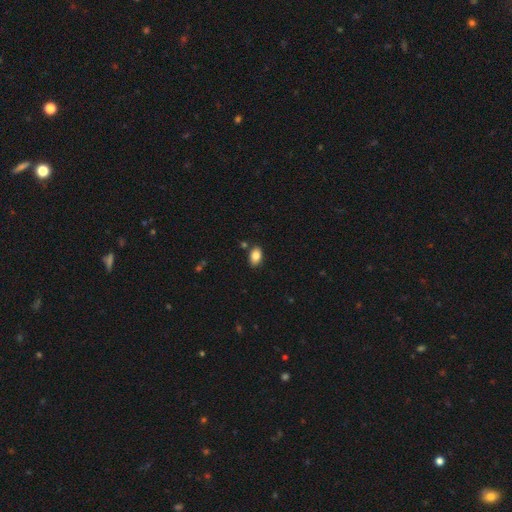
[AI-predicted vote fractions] A smooth galaxy with no disk features (84%) that is in between round and cigar-shaped (90%).

Vote fractions:
- Smooth or featured? smooth: 84% / star or artifact: 8% / featured or disk: 7%
- How rounded? in between: 90% / round: 9% / cigar-shaped: 1%
- Merging? none: 83% / minor disturbance: 11% / merger: 4% / major disturbance: 2%